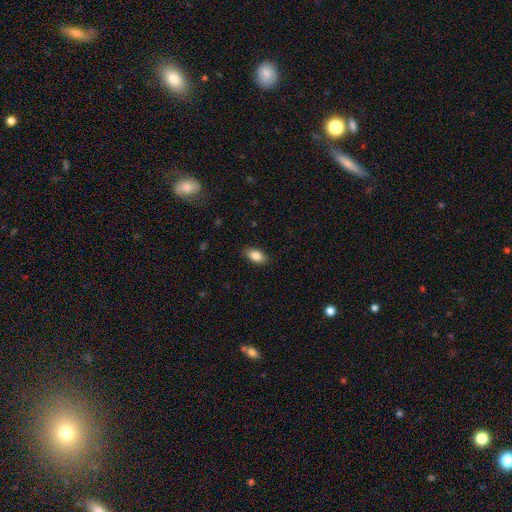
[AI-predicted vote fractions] Q: Smooth or featured?
A: smooth (85%); runner-up: featured or disk (8%)
Q: How rounded?
A: in between (90%); runner-up: cigar-shaped (5%)
Q: Merging?
A: none (87%); runner-up: minor disturbance (10%)